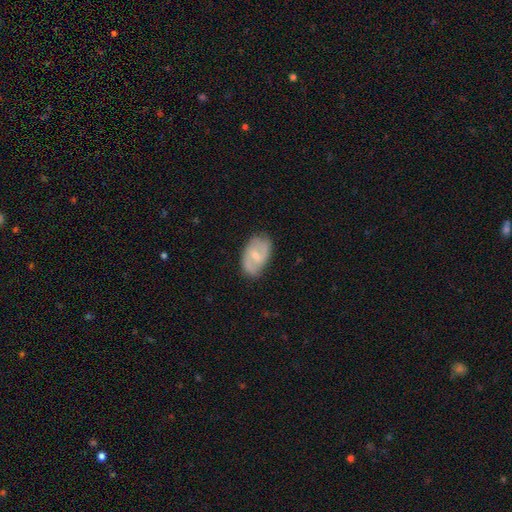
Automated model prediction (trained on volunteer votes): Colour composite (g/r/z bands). It shows a featured or disk galaxy (58%) with a weak bar (56%), spiral arms (79%) and a small central bulge (55%). Merging: none (73%).